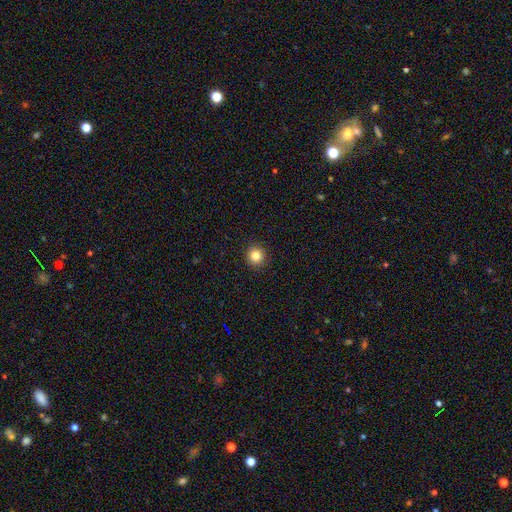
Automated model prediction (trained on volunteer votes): smooth_or_featured: smooth (p=0.84) [alt: star or artifact p=0.11]
how_rounded: round (p=0.94) [alt: in between p=0.06]
merging: none (p=0.92) [alt: minor disturbance p=0.05]